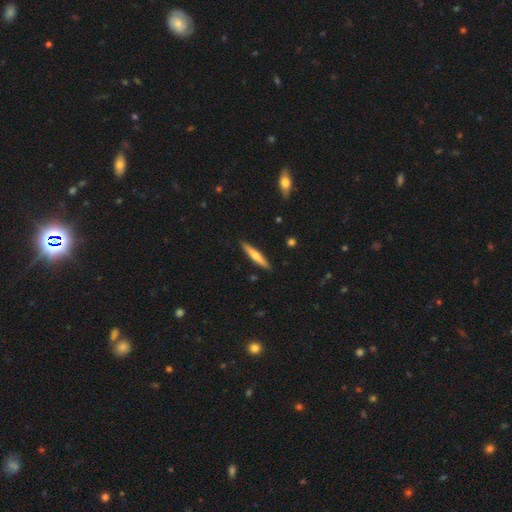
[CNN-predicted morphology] Overall: smooth (50%; featured or disk 44%). How rounded: cigar-shaped (91%). Merging: none (91%).